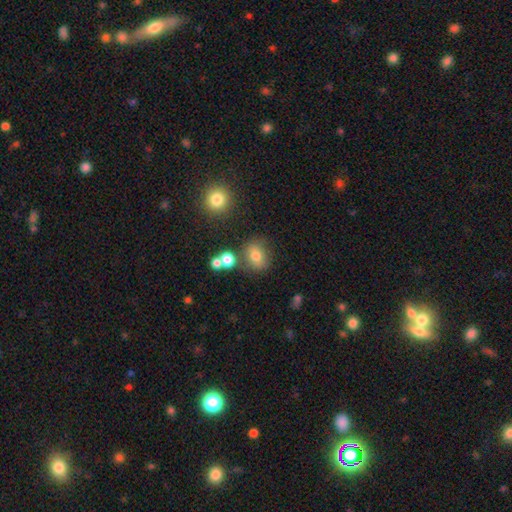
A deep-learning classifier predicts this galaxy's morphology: Smooth or featured: smooth — 74% (star or artifact — 15%)
How rounded: round — 59% (in between — 40%)
Merging: none — 68% (minor disturbance — 15%)